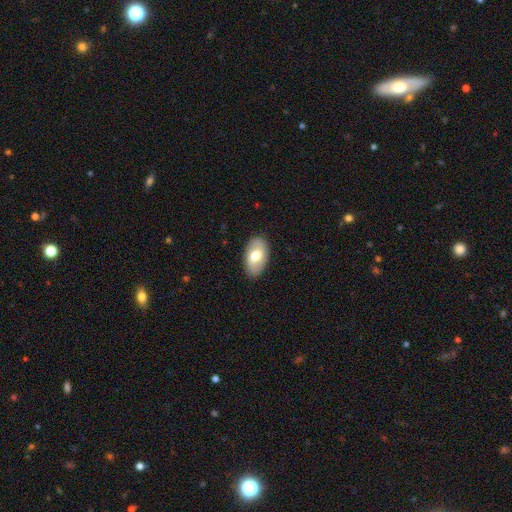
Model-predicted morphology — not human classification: Smooth or featured?
  - smooth: 64% *
  - featured or disk: 30%
  - star or artifact: 6%
How rounded?
  - in between: 93% *
  - round: 5%
  - cigar-shaped: 2%
Merging?
  - none: 86% *
  - minor disturbance: 11%
  - major disturbance: 3%
  - merger: 1%